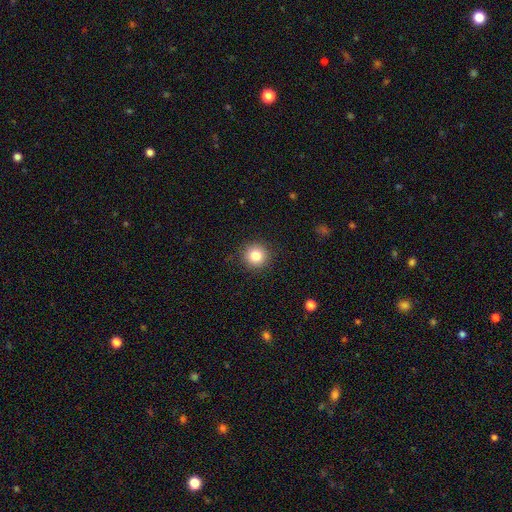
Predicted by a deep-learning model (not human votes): Smooth or featured? Predicted: smooth (p=0.83). How rounded? Predicted: round (p=0.95). Merging? Predicted: none (p=0.91).